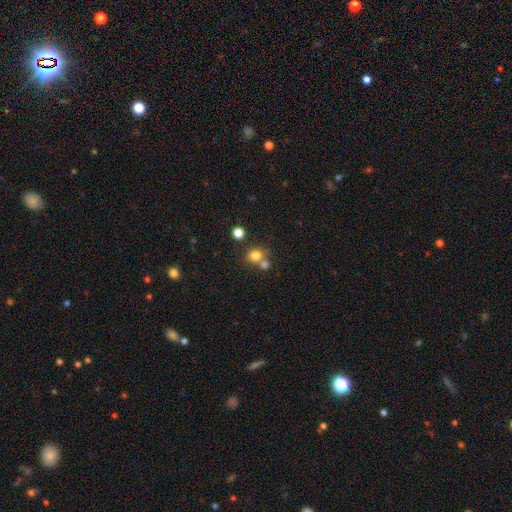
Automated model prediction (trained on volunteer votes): A smooth galaxy with no disk features (78%) that is round (82%).

Vote fractions:
- Smooth or featured? smooth: 78% / star or artifact: 14% / featured or disk: 9%
- How rounded? round: 82% / in between: 17% / cigar-shaped: 1%
- Merging? none: 55% / merger: 33% / minor disturbance: 8% / major disturbance: 4%